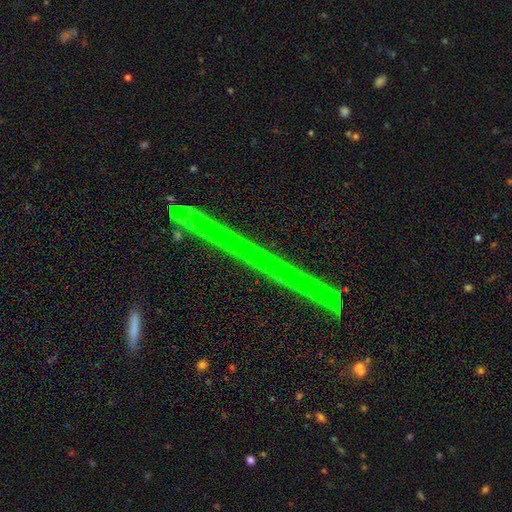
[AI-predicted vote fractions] Overall: star or artifact (78%).